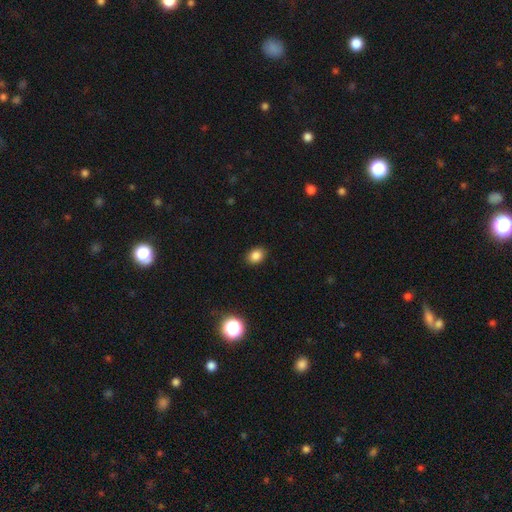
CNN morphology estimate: Smooth or featured?
  - smooth: 84% *
  - star or artifact: 12%
  - featured or disk: 4%
How rounded?
  - in between: 58% *
  - round: 41%
  - cigar-shaped: 1%
Merging?
  - none: 89% *
  - minor disturbance: 8%
  - major disturbance: 2%
  - merger: 1%